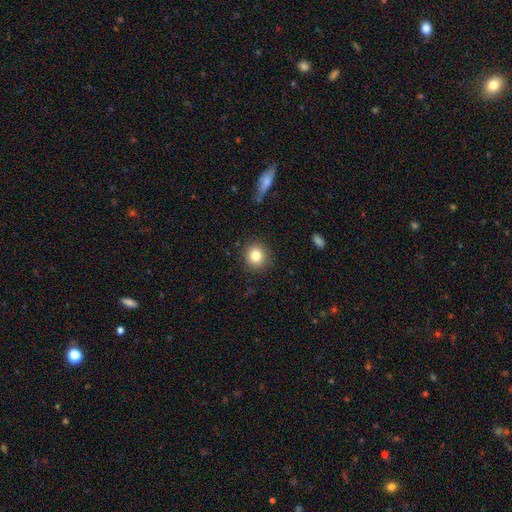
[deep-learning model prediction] The model was most divided on "smooth or featured": smooth: 82%, star or artifact: 11%, featured or disk: 7%. More confident: how rounded — round (89%); merging — none (88%).